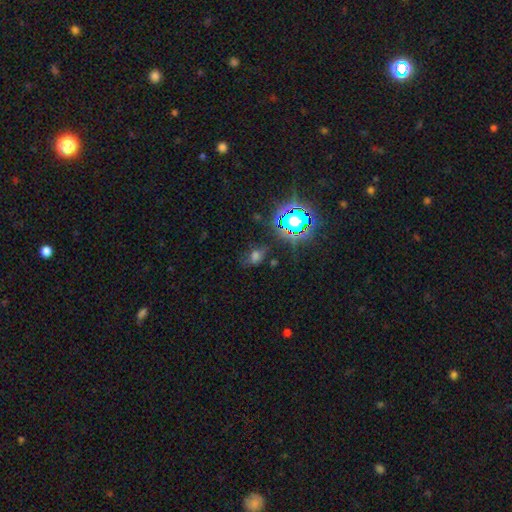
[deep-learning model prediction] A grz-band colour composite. It shows a smooth galaxy with no disk features (52%) that is in between round and cigar-shaped (70%). Merging: none (61%).